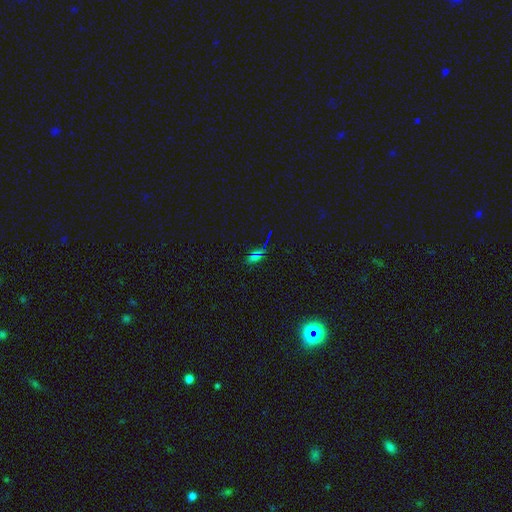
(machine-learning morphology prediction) Smooth or featured? smooth (45%)
Merging? none (79%)